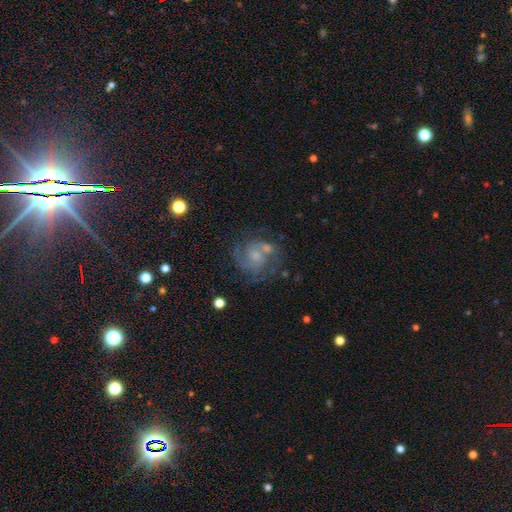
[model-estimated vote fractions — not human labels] This appears to be a featured or disk galaxy (72%) with no bar (67%), 2 (45%) medium (43%, tied with tight) spiral arms (88%) and a small central bulge (45%). Merging: none (55%).